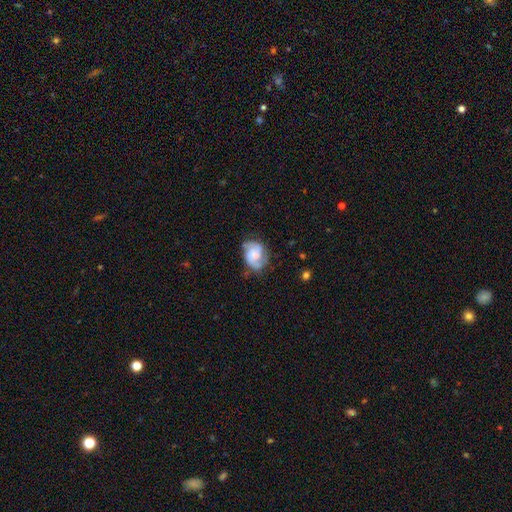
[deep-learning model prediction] Morphology: type=featured or disk (77%); edge-on=no (98%); bar=no (57%); spiral arms=yes (95%); winding=medium (50%); arm count=2 (73%); bulge=small (41%); merging=none (68%).